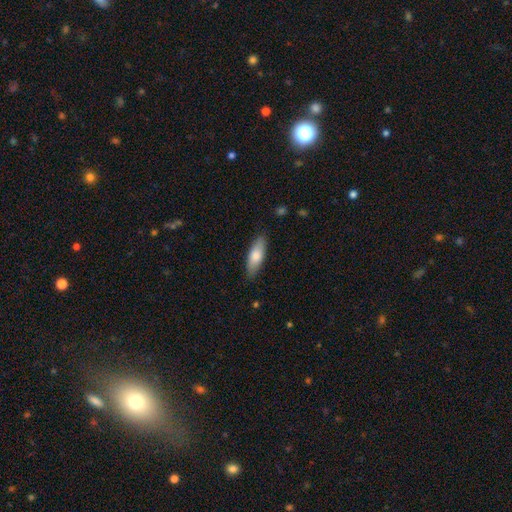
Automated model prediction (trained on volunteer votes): smooth 76%, featured or disk 18%, star or artifact 6%. Down the decision tree: how rounded — in between (64%); merging — none (84%).